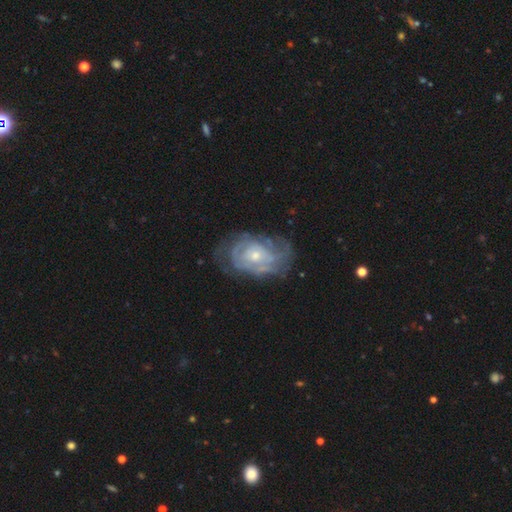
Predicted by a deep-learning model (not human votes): Morphology: type=featured or disk (79%); edge-on=no (96%); bar=no (79%); spiral arms=yes (81%); winding=tight (65%); arm count=can't tell (55%); bulge=small (50%); merging=none (60%).